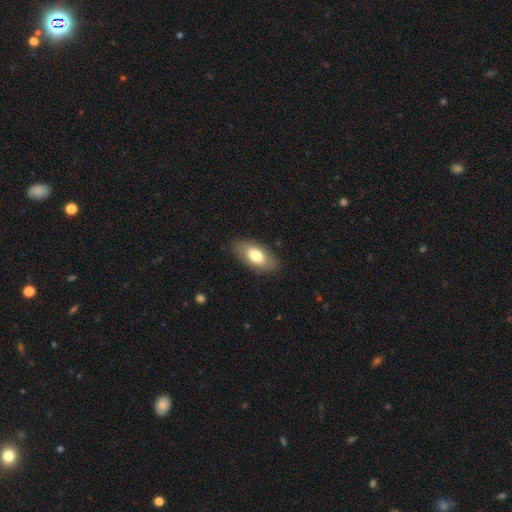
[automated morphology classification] Smooth or featured? smooth (71%)
How rounded? in between (91%)
Merging? none (85%)